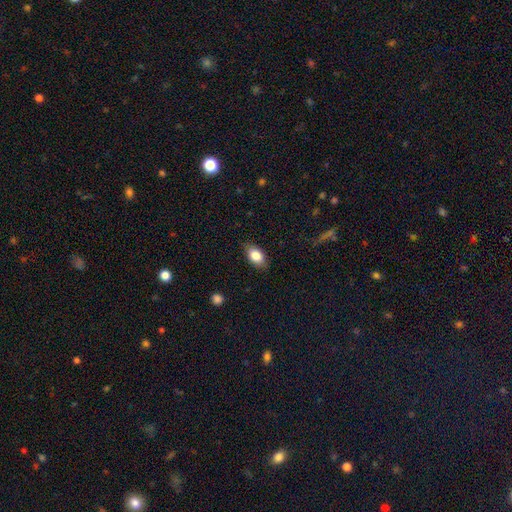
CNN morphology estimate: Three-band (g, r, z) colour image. It shows a smooth galaxy with no disk features (83%) that is in between round and cigar-shaped (88%). Merging: none (82%).